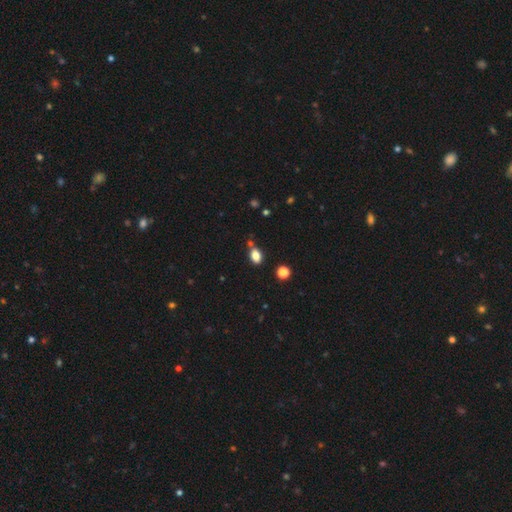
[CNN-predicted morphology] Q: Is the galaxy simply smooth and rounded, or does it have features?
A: smooth — 83%.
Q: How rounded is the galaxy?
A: in between — 85%.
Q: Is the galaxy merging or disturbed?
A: none — 72%.